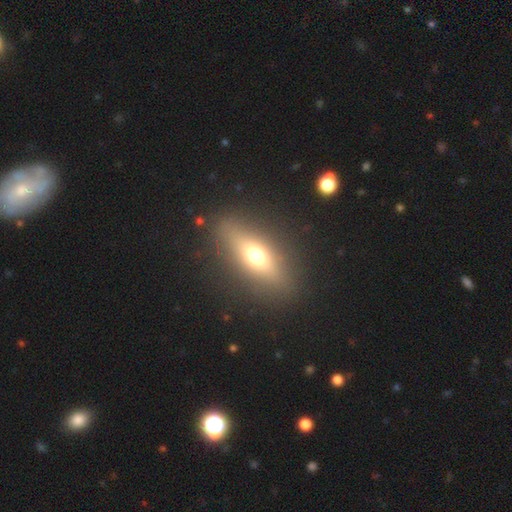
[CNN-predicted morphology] Smooth or featured?
  - smooth: 59% *
  - featured or disk: 28%
  - star or artifact: 13%
How rounded?
  - in between: 63% *
  - cigar-shaped: 27%
  - round: 10%
Merging?
  - none: 85% *
  - minor disturbance: 9%
  - major disturbance: 5%
  - merger: 1%